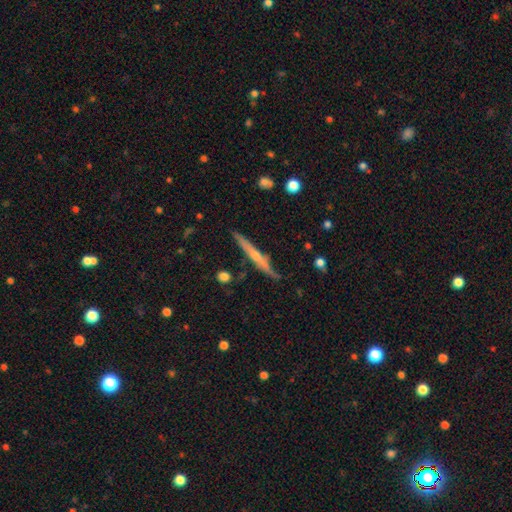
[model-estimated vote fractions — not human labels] Overall: featured or disk (65%; smooth 29%). Edge-on disk: yes (95%). Edge-on bulge: rounded (57%; none 37%). Merging: none (79%).